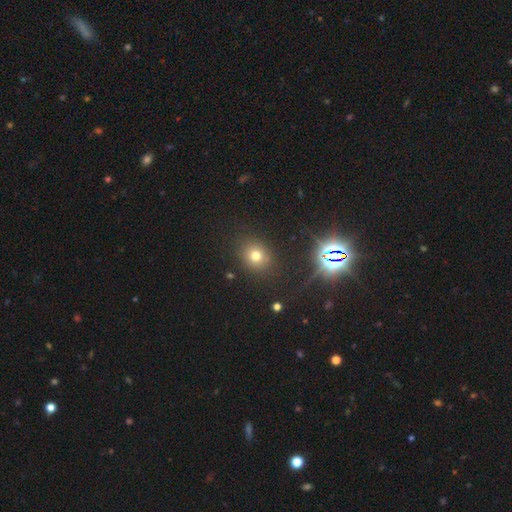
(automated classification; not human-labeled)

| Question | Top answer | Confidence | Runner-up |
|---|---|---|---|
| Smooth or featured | smooth | 69% | star or artifact (22%) |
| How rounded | round | 69% | in between (30%) |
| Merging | none | 86% | minor disturbance (9%) |